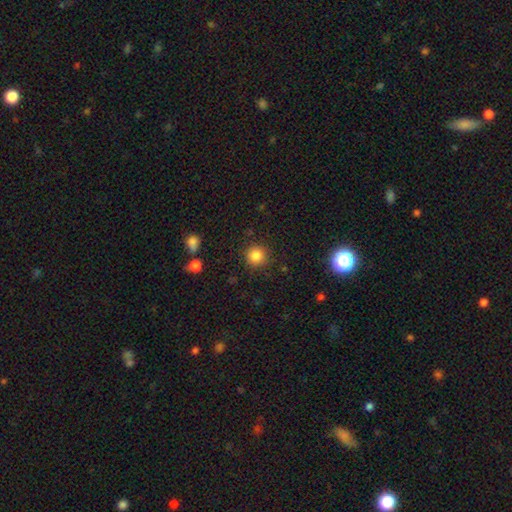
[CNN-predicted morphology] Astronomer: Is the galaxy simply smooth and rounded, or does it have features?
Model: smooth — 85%.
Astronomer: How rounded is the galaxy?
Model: round — 93%.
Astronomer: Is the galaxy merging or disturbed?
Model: none — 89%.